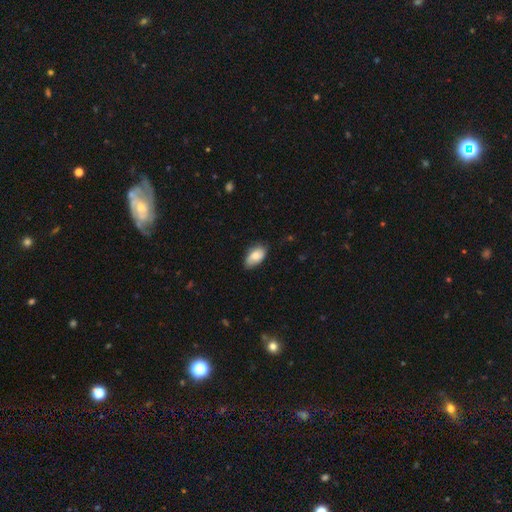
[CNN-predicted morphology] smooth 78%, featured or disk 15%, star or artifact 6%. Down the decision tree: how rounded — in between (94%); merging — none (71%).